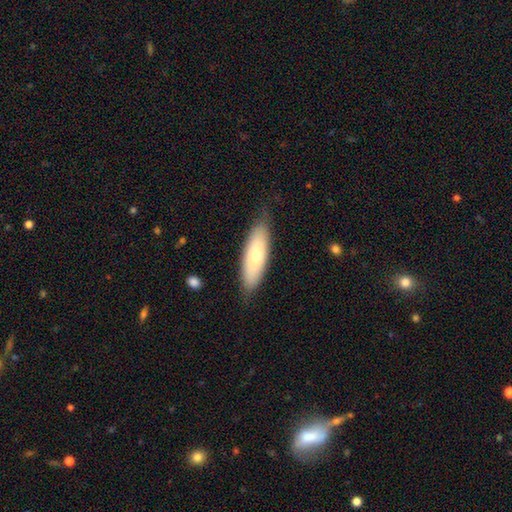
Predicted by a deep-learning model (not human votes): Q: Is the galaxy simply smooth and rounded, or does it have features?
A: smooth — 65%.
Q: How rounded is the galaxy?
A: in between — 61%.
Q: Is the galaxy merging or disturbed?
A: none — 81%.